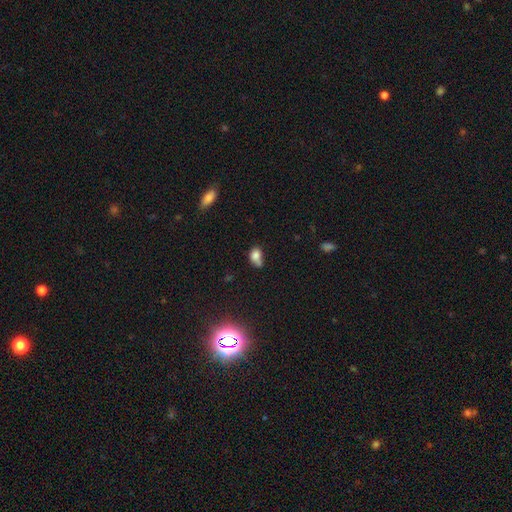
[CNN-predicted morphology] Smooth or featured: smooth — 76% (star or artifact — 12%)
How rounded: in between — 72% (round — 26%)
Merging: none — 33% (minor disturbance — 31%)